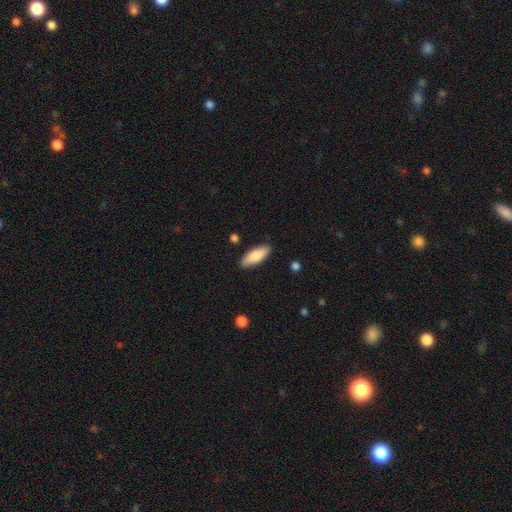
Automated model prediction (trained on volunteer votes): Q: Smooth or featured?
A: smooth (81%); runner-up: featured or disk (14%)
Q: How rounded?
A: in between (73%); runner-up: cigar-shaped (25%)
Q: Merging?
A: none (87%); runner-up: minor disturbance (9%)